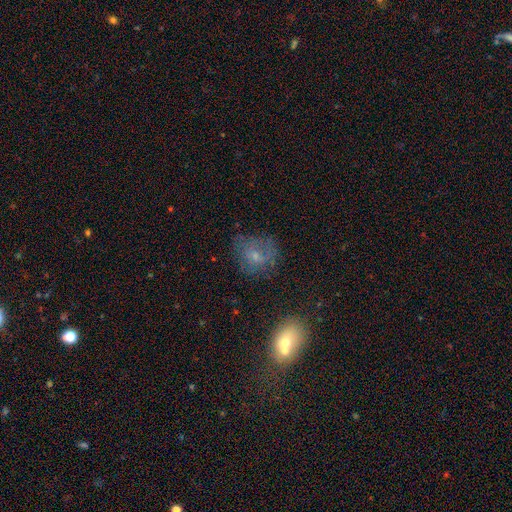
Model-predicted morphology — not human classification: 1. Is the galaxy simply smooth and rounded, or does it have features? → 54% smooth, 30% featured or disk, 16% star or artifact.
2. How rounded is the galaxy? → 67% round, 32% in between, 1% cigar-shaped.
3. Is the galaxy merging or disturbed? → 56% none, 23% minor disturbance, 16% major disturbance, 5% merger.